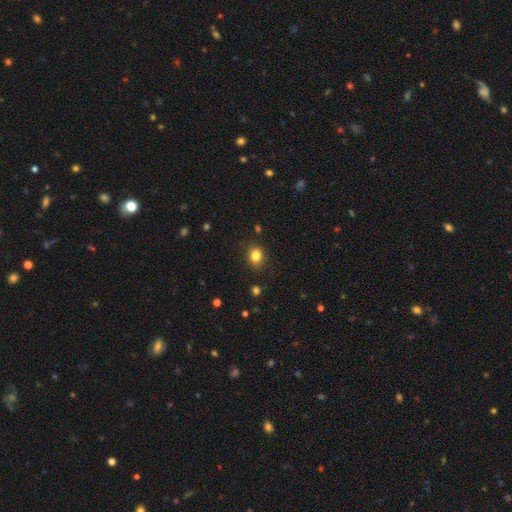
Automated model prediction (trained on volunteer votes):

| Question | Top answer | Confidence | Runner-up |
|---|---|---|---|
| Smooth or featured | smooth | 83% | star or artifact (11%) |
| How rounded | round | 55% | in between (44%) |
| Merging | none | 85% | minor disturbance (11%) |